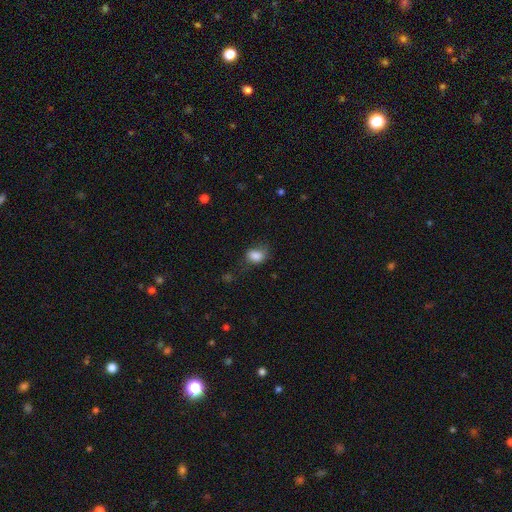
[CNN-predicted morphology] A smooth galaxy with no disk features (84%) that is in between round and cigar-shaped (66%). Merging: none (60%).